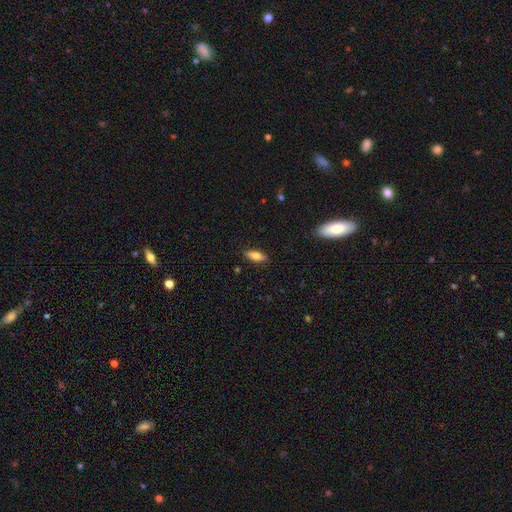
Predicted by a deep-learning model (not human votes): A smooth galaxy with no disk features (74%) that is in between round and cigar-shaped (74%).

Vote fractions:
- Smooth or featured? smooth: 74% / featured or disk: 19% / star or artifact: 7%
- How rounded? in between: 74% / cigar-shaped: 23% / round: 3%
- Merging? none: 86% / minor disturbance: 10% / major disturbance: 2% / merger: 1%